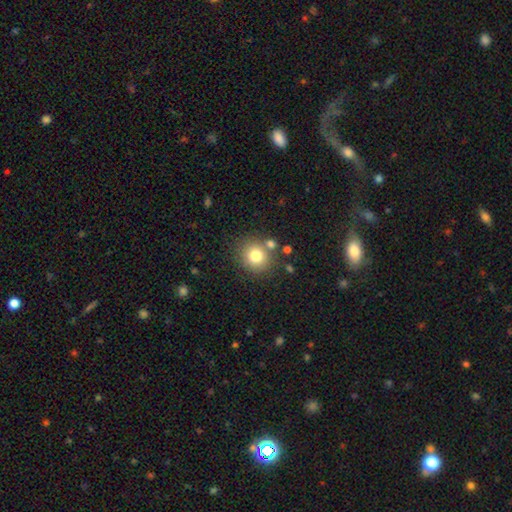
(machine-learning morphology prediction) Smooth or featured: smooth — 78% (star or artifact — 12%)
How rounded: round — 87% (in between — 12%)
Merging: none — 75% (merger — 10%)